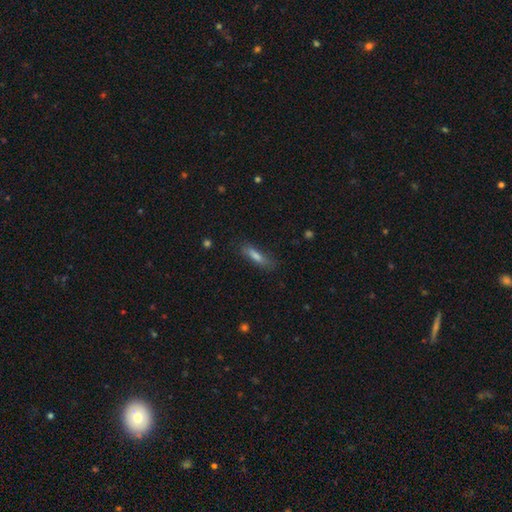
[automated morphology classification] Overall: smooth (68%). How rounded: cigar-shaped (70%). Merging: none (74%).